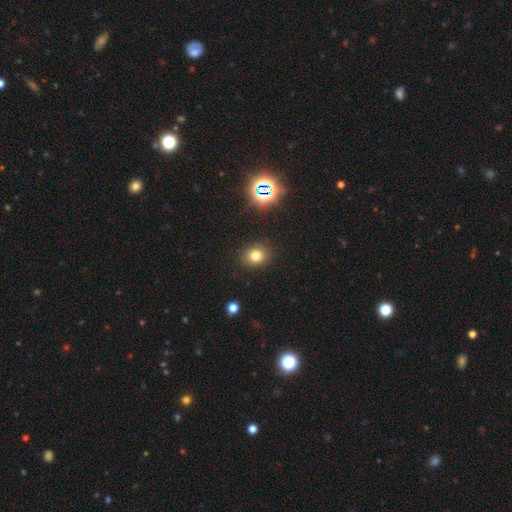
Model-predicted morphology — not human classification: Q: Smooth or featured?
A: smooth (75%); runner-up: star or artifact (18%)
Q: How rounded?
A: round (75%); runner-up: in between (24%)
Q: Merging?
A: none (89%); runner-up: minor disturbance (7%)